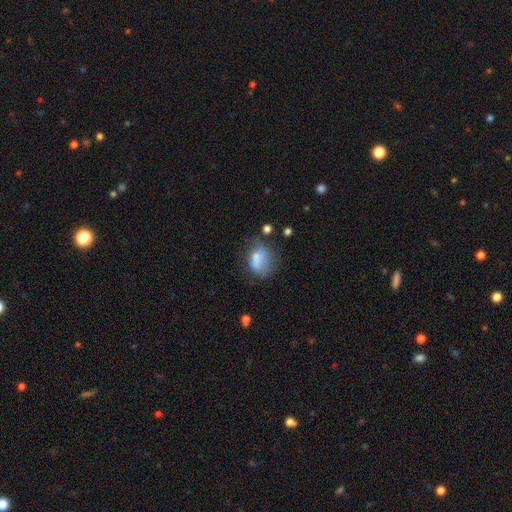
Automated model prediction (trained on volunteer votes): smooth_or_featured: smooth (p=0.72) [alt: featured or disk p=0.18]
how_rounded: in between (p=0.71) [alt: round p=0.28]
merging: none (p=0.35) [alt: minor disturbance p=0.31]